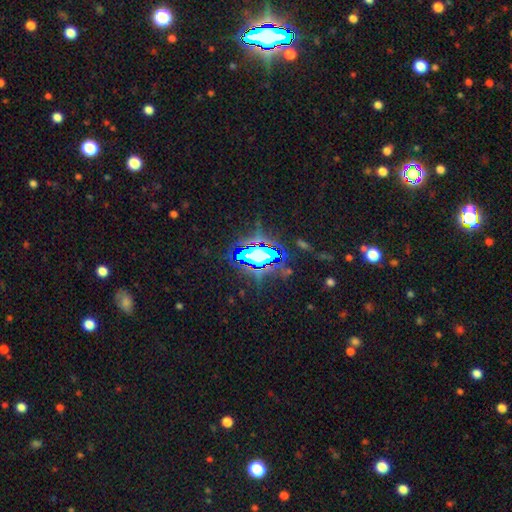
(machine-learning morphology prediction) This appears to be a star or artifact, not a galaxy (66%).